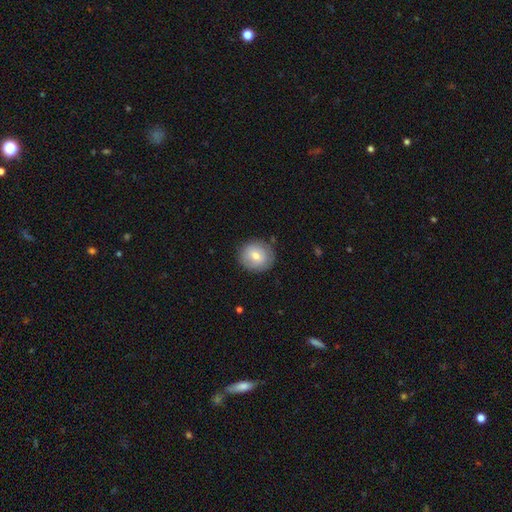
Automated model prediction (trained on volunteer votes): The model was most divided on "smooth or featured": smooth: 70%, featured or disk: 22%, star or artifact: 8%. More confident: how rounded — round (84%); merging — none (84%).